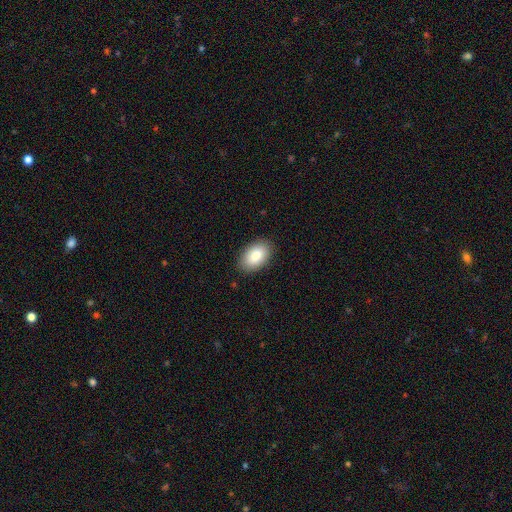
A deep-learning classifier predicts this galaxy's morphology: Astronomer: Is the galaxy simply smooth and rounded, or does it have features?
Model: smooth — 86%.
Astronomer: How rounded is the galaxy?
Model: in between — 94%.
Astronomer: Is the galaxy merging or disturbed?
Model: none — 88%.